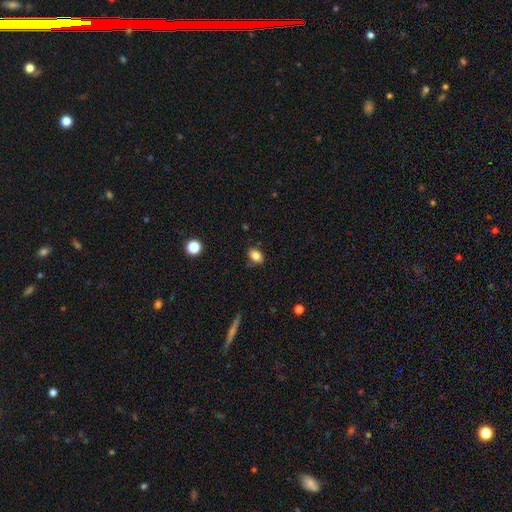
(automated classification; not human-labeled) This is clearly a smooth galaxy (83%). How rounded: clearly in between (80%). Merging: likely none (73%).